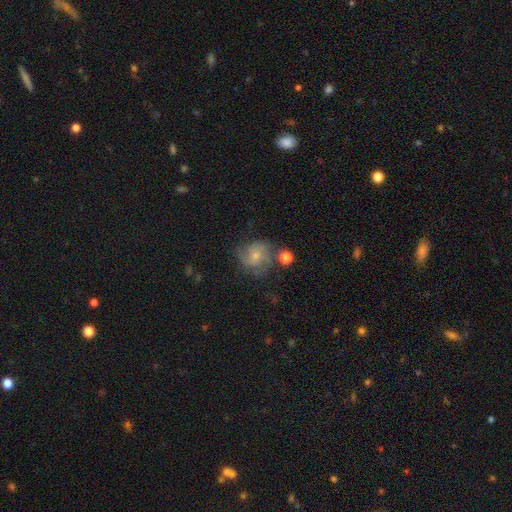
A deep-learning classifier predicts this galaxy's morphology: Smooth or featured: featured or disk — 65% (smooth — 27%)
Edge-on disk: no — 98% (yes — 2%)
Bar: no — 72% (weak — 24%)
Spiral arms: yes — 91% (no — 9%)
Spiral winding: medium — 47% (tight — 31%)
Spiral arm count: 2 — 33% (3 — 31%)
Bulge size: small — 62% (moderate — 30%)
Merging: none — 57% (minor disturbance — 23%)